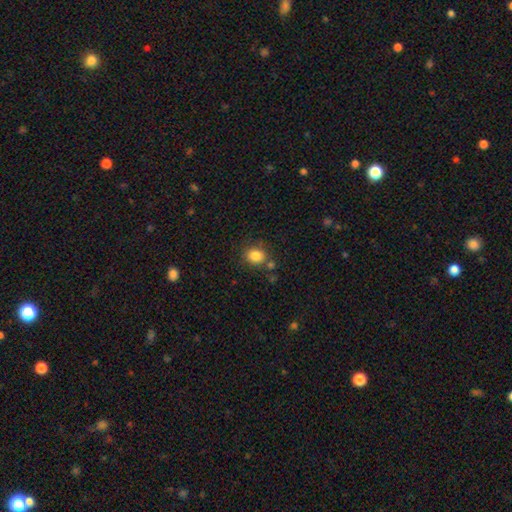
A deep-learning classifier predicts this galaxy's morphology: smooth_or_featured: smooth (p=0.85) [alt: star or artifact p=0.10]
how_rounded: round (p=0.69) [alt: in between p=0.30]
merging: none (p=0.74) [alt: minor disturbance p=0.13]